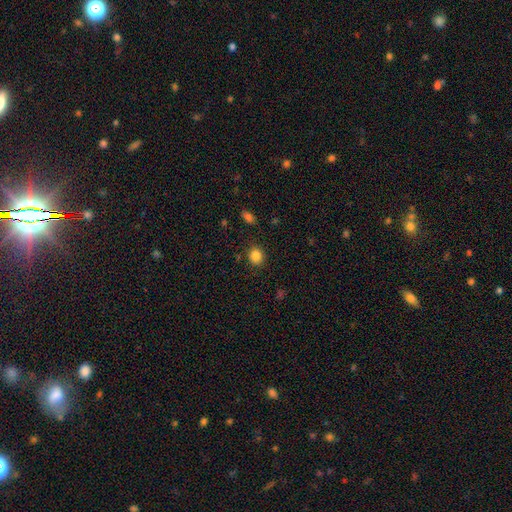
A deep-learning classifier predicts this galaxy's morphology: Q: Smooth or featured?
A: smooth (86%); runner-up: star or artifact (10%)
Q: How rounded?
A: round (74%); runner-up: in between (25%)
Q: Merging?
A: none (87%); runner-up: minor disturbance (8%)